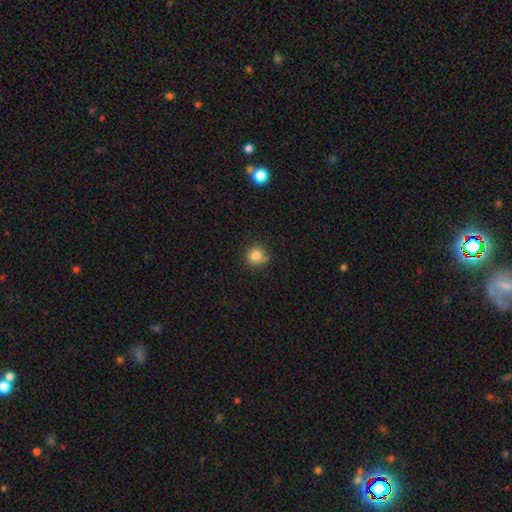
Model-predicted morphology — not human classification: This is clearly a smooth galaxy (84%). How rounded: clearly round (90%). Merging: likely none (74%).